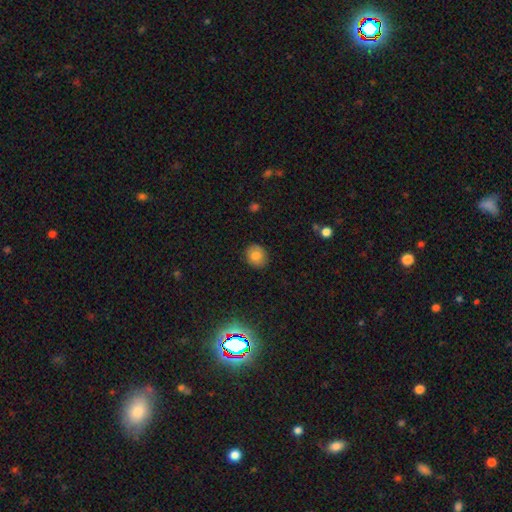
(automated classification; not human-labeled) smooth-or-featured: smooth: 78% | featured or disk: 12% | star or artifact: 10%
  how-rounded: round: 70% | in between: 29% | cigar-shaped: 1%
  merging: none: 87% | minor disturbance: 10% | major disturbance: 2% | merger: 1%